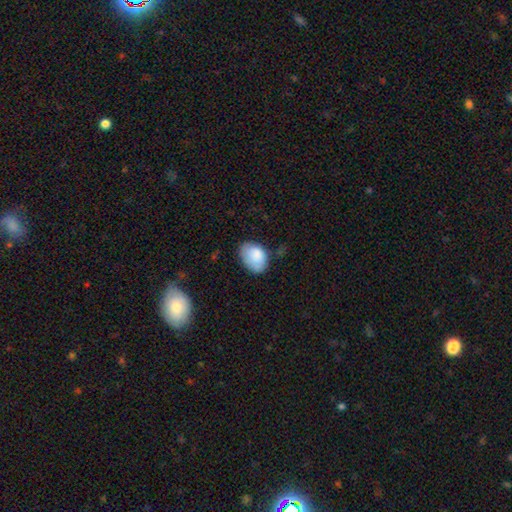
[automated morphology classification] Q: Smooth or featured?
A: smooth (84%); runner-up: featured or disk (9%)
Q: How rounded?
A: in between (83%); runner-up: round (16%)
Q: Merging?
A: none (60%); runner-up: minor disturbance (30%)